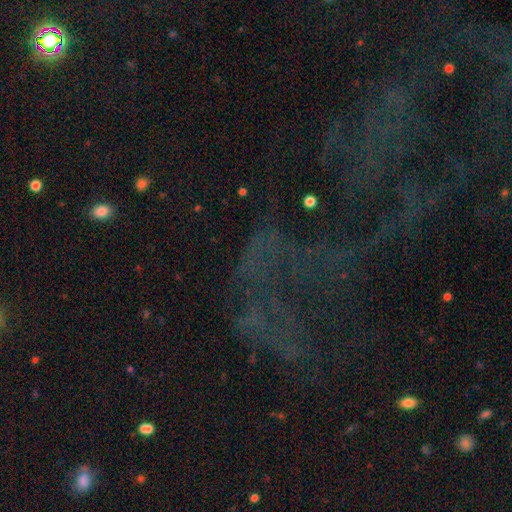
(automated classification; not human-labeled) star or artifact 64%, featured or disk 21%, smooth 15%.